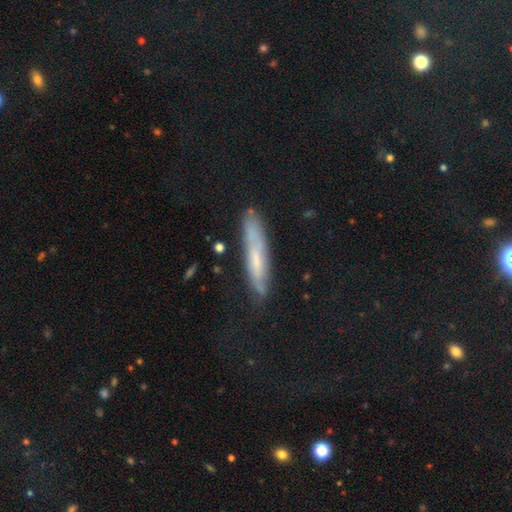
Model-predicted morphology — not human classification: smooth 45%, featured or disk 44%, star or artifact 11%. Down the decision tree: merging — none (75%).